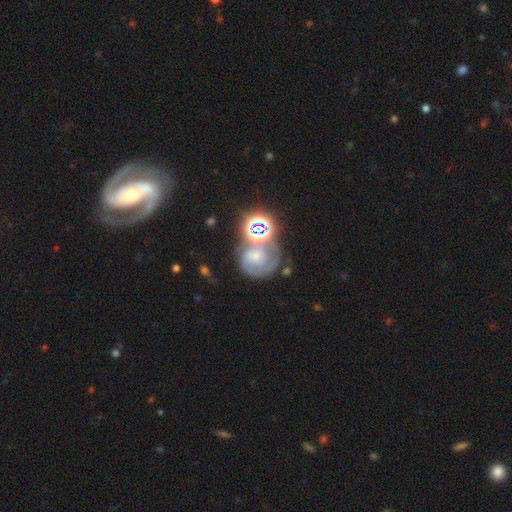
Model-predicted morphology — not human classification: This is possibly a featured or disk galaxy (52%). It is clearly not viewed edge-on (97%). Bar: possibly no (60%). Spiral arm pattern: likely yes (76%). Central bulge: marginally small (42%). Merging: marginally none (42%).